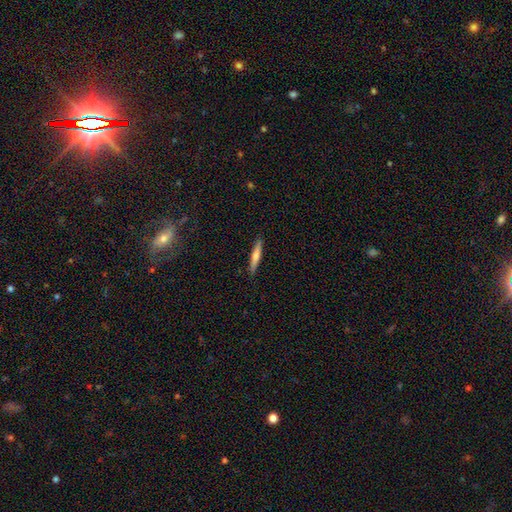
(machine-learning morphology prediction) Smooth or featured: smooth — 58% (featured or disk — 36%)
How rounded: cigar-shaped — 93% (in between — 6%)
Merging: none — 90% (minor disturbance — 7%)